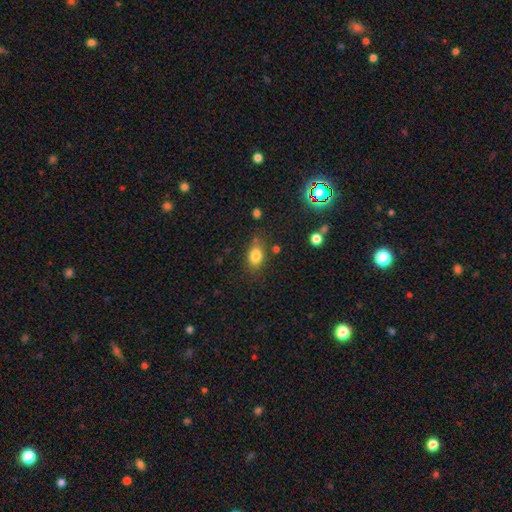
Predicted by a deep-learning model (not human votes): Q: Smooth or featured?
A: smooth (82%); runner-up: star or artifact (10%)
Q: How rounded?
A: in between (79%); runner-up: round (19%)
Q: Merging?
A: none (75%); runner-up: minor disturbance (17%)